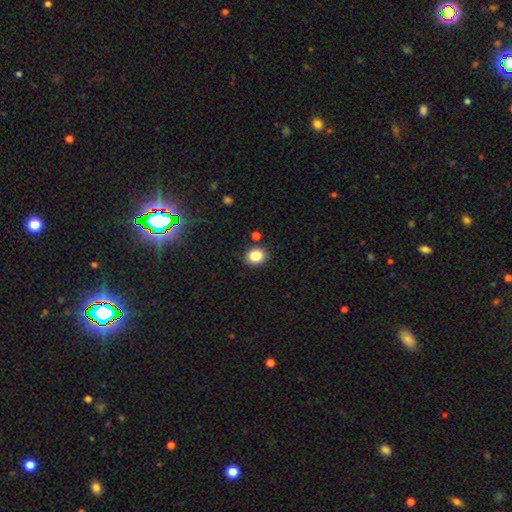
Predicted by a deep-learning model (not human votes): smooth-or-featured: smooth: 85% | star or artifact: 10% | featured or disk: 5%
  how-rounded: round: 63% | in between: 36% | cigar-shaped: 1%
  merging: none: 85% | minor disturbance: 9% | merger: 4% | major disturbance: 2%